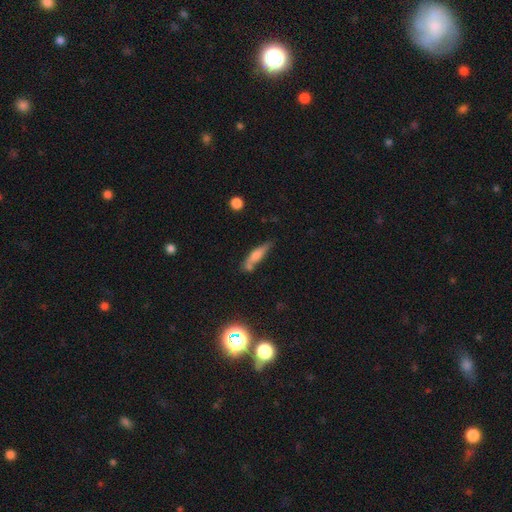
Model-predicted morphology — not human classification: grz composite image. It shows a smooth galaxy with no disk features (58%) that is cigar-shaped (75%). Merging: none (61%).